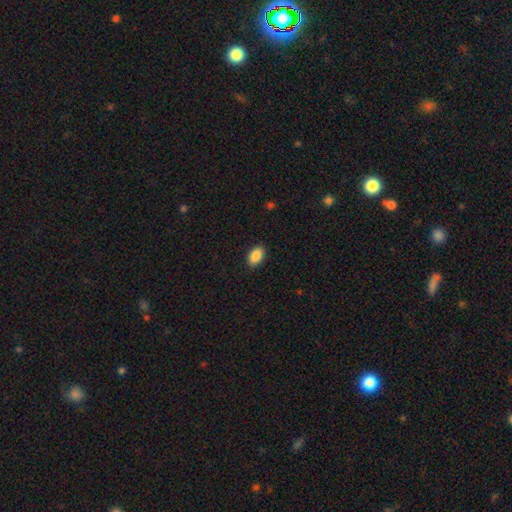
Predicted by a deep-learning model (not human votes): Overall: smooth (88%). How rounded: in between (92%). Merging: none (90%).